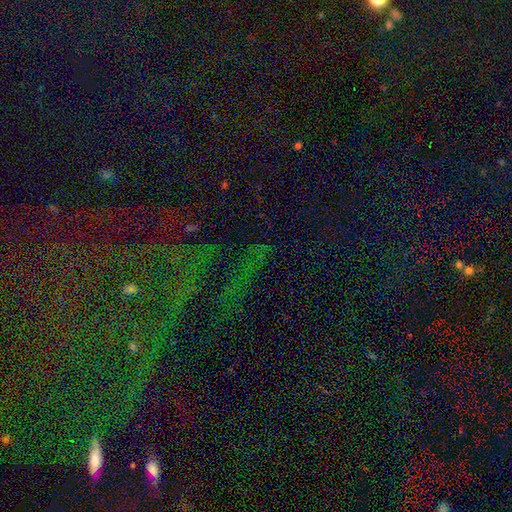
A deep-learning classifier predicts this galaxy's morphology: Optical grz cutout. It shows a star or artifact, not a galaxy (79%).